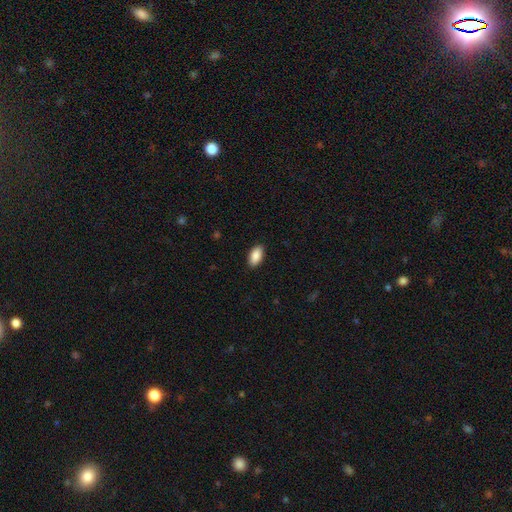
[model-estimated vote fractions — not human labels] Overall: smooth (89%). How rounded: in between (93%). Merging: none (89%).